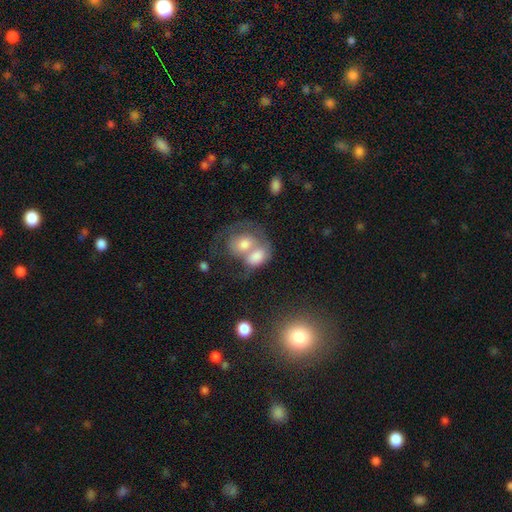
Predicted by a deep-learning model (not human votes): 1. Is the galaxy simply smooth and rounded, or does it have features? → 62% smooth, 29% featured or disk, 9% star or artifact.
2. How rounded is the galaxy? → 66% in between, 32% round, 2% cigar-shaped.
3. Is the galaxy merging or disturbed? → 69% merger, 14% none, 9% major disturbance, 8% minor disturbance.